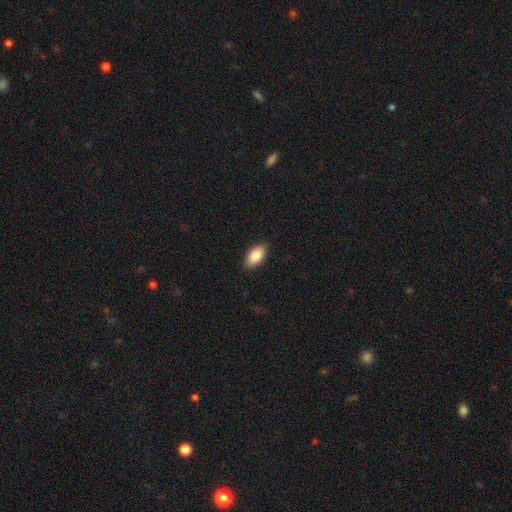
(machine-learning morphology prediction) This is clearly a smooth galaxy (88%). How rounded: clearly in between (93%). Merging: clearly none (87%).